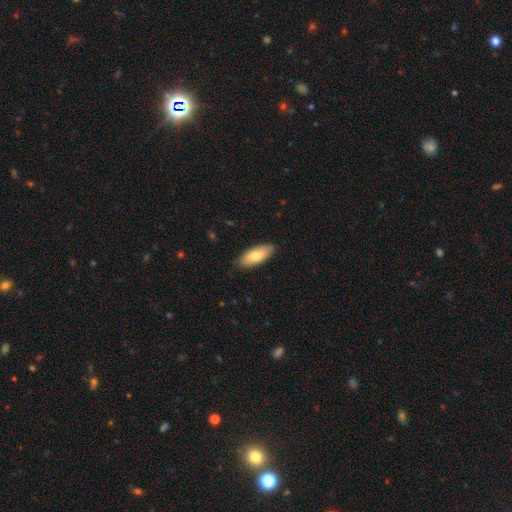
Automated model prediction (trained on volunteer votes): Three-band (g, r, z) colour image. It shows a smooth galaxy with no disk features (76%) that is in between round and cigar-shaped (79%). Merging: none (85%).